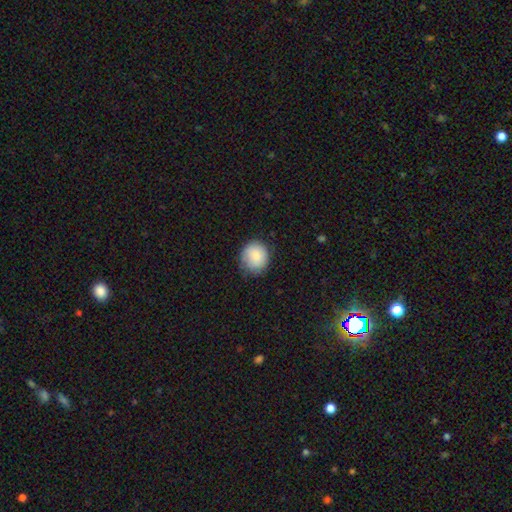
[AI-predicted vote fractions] The model was most divided on "merging": none: 71%, minor disturbance: 23%, major disturbance: 5%, merger: 1%. More confident: smooth or featured — smooth (85%); how rounded — round (83%).